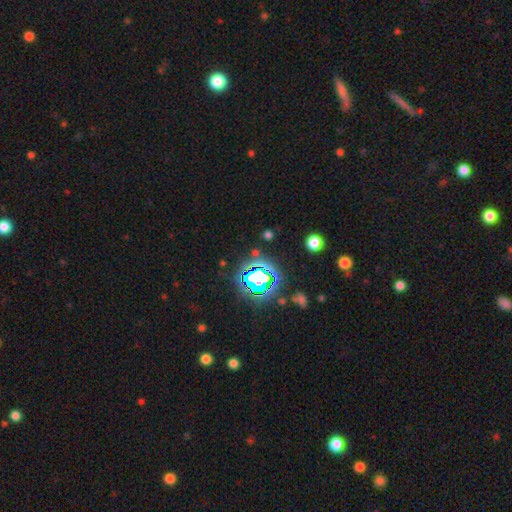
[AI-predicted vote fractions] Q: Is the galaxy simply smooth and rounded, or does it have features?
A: star or artifact — 73%.